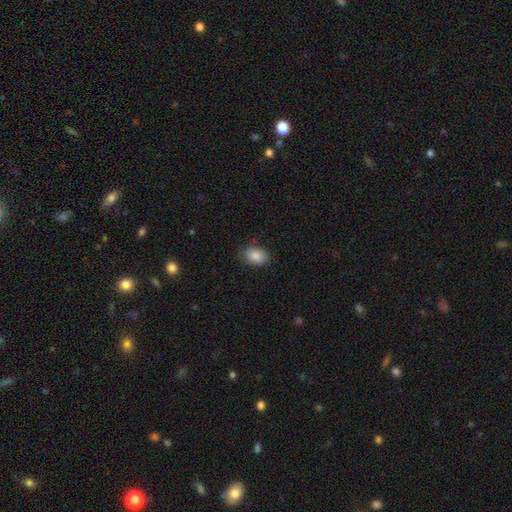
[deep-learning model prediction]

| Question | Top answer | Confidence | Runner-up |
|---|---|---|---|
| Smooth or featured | smooth | 87% | star or artifact (8%) |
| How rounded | in between | 80% | round (19%) |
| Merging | none | 80% | minor disturbance (16%) |